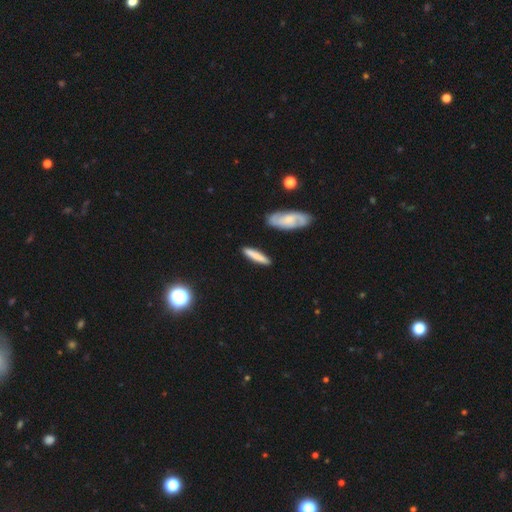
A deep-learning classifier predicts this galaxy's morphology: This is likely a smooth galaxy (72%). How rounded: clearly cigar-shaped (87%). Merging: clearly none (86%).